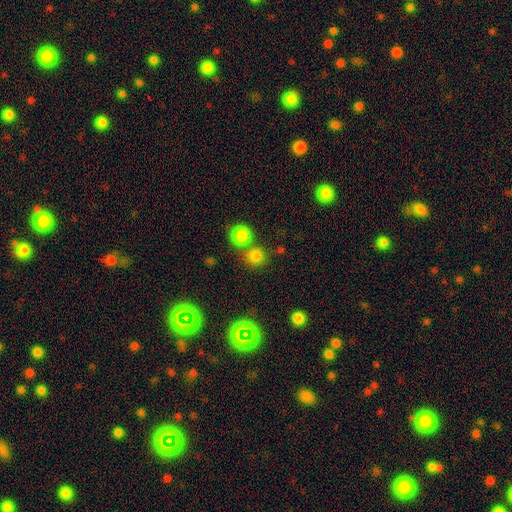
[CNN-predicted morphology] smooth 75%, star or artifact 19%, featured or disk 6%. Down the decision tree: how rounded — round (87%); merging — none (61%).